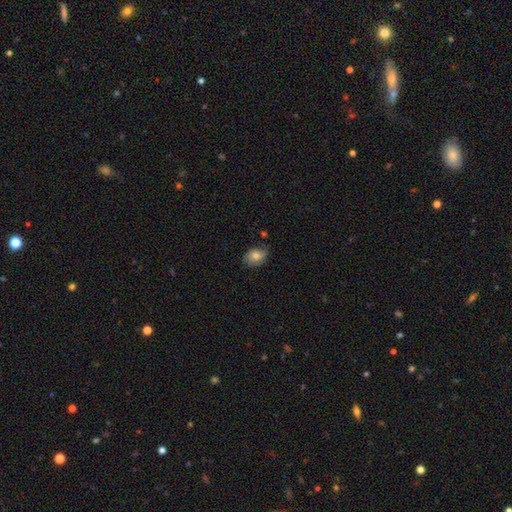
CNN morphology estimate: This is likely a smooth galaxy (72%). How rounded: likely in between (69%). Merging: likely none (65%).